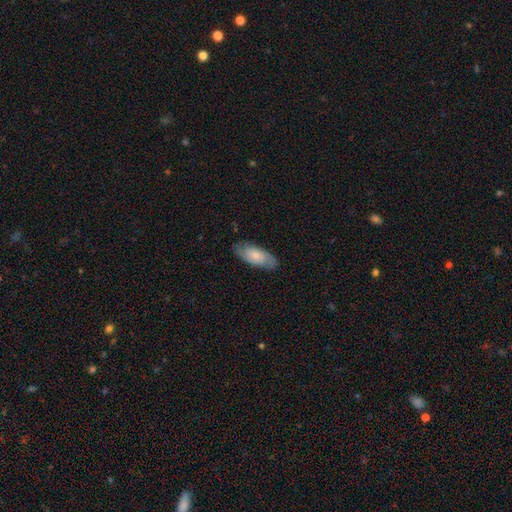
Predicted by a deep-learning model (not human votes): smooth 62%, featured or disk 32%, star or artifact 6%. Down the decision tree: how rounded — in between (81%); merging — none (79%).